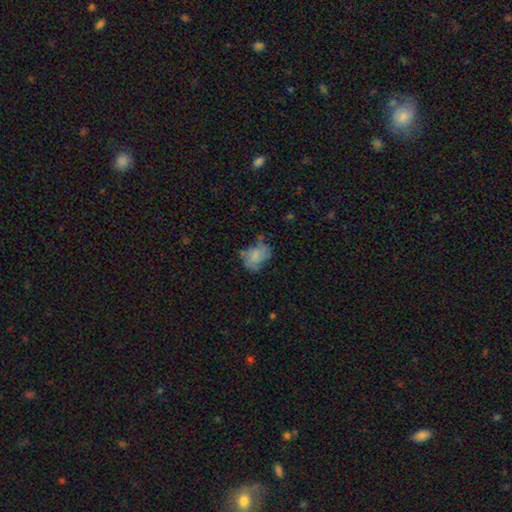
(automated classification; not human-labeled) Smooth or featured?
  - smooth: 63% *
  - featured or disk: 26%
  - star or artifact: 11%
How rounded?
  - in between: 67% *
  - round: 32%
  - cigar-shaped: 1%
Merging?
  - none: 41% *
  - minor disturbance: 32%
  - major disturbance: 22%
  - merger: 5%